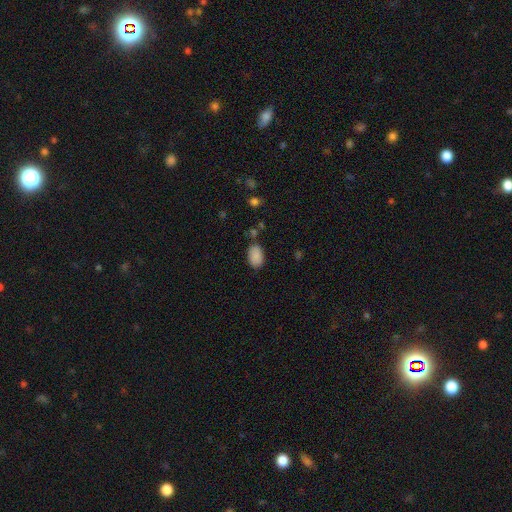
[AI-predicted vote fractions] This is clearly a smooth galaxy (88%). How rounded: clearly in between (90%). Merging: likely none (74%).